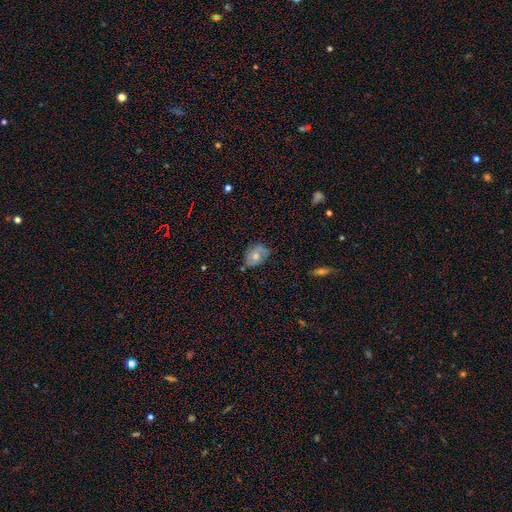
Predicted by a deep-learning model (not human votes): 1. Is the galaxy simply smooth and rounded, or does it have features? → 53% smooth, 38% featured or disk, 9% star or artifact.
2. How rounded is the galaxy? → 76% in between, 23% round, 2% cigar-shaped.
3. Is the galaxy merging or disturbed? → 63% none, 27% minor disturbance, 7% major disturbance, 3% merger.